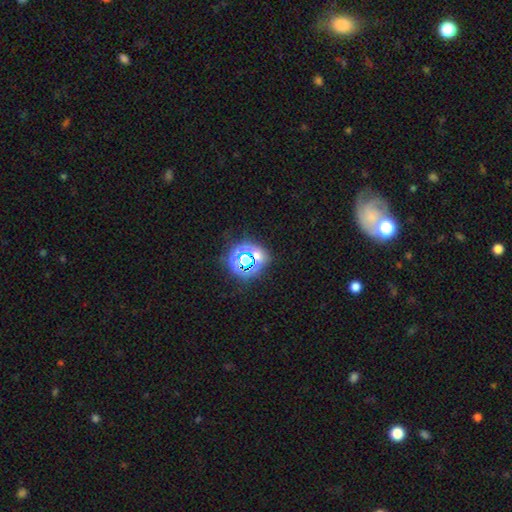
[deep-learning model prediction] A star or artifact, not a galaxy (64%).